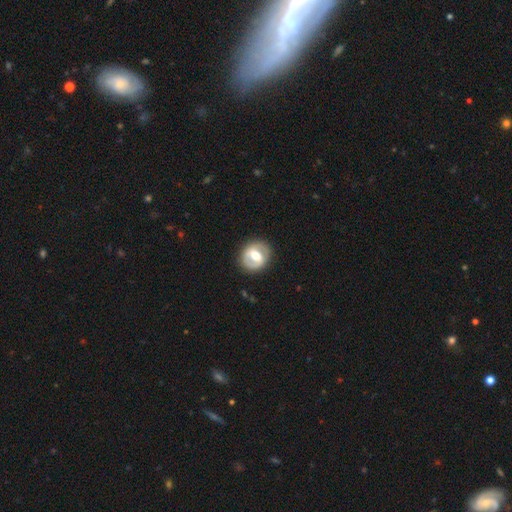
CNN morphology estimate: Smooth or featured? Predicted: featured or disk (p=0.57). Edge-on disk? Predicted: no (p=0.95). Bar? Predicted: strong (p=0.40, tied with weak). Spiral arms? Predicted: no (p=0.62). Bulge size? Predicted: moderate (p=0.61). Merging? Predicted: none (p=0.83).